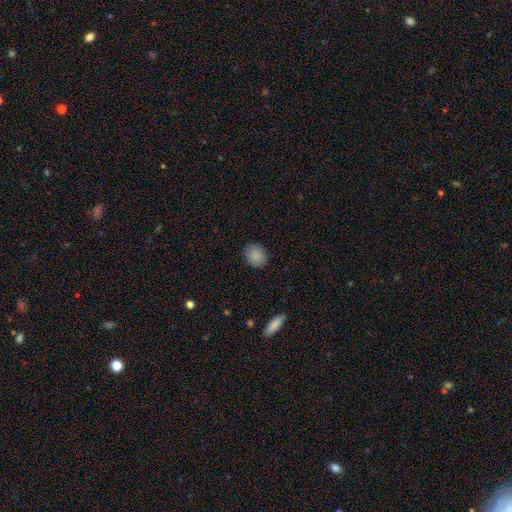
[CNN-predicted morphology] smooth 88%, star or artifact 9%, featured or disk 4%. Down the decision tree: how rounded — round (74%); merging — none (88%).